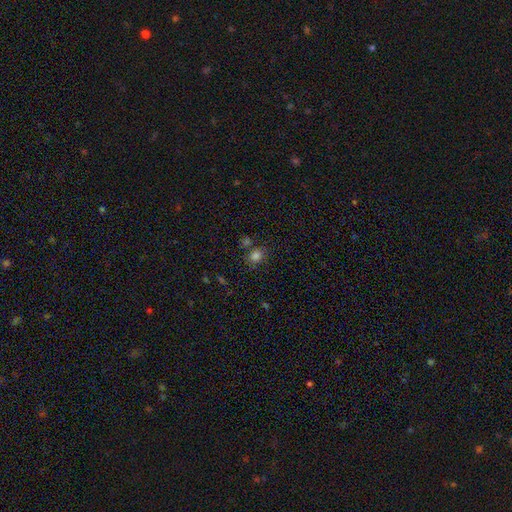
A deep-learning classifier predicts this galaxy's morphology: Q: Smooth or featured?
A: smooth (79%); runner-up: star or artifact (15%)
Q: How rounded?
A: round (64%); runner-up: in between (35%)
Q: Merging?
A: none (73%); runner-up: minor disturbance (12%)